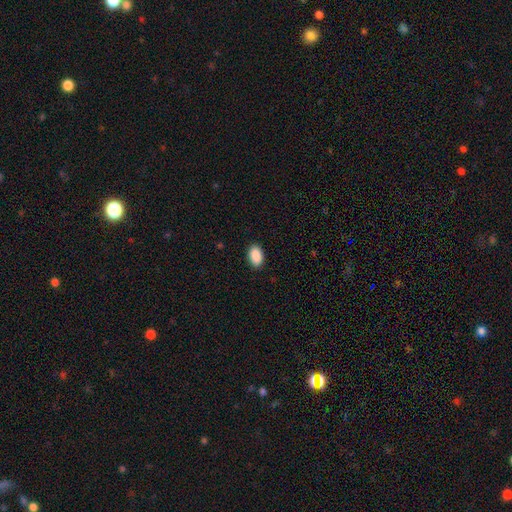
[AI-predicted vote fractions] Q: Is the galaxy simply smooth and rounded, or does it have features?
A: smooth — 91%.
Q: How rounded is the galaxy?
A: in between — 92%.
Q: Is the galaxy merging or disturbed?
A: none — 89%.